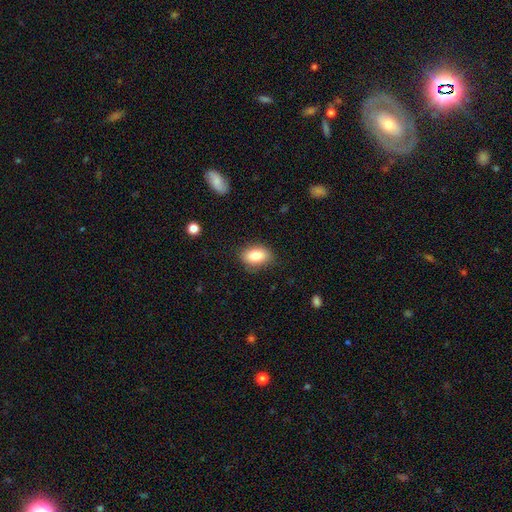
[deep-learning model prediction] The model was most divided on "merging": none: 82%, minor disturbance: 14%, major disturbance: 3%, merger: 1%. More confident: how rounded — in between (85%); smooth or featured — smooth (83%).